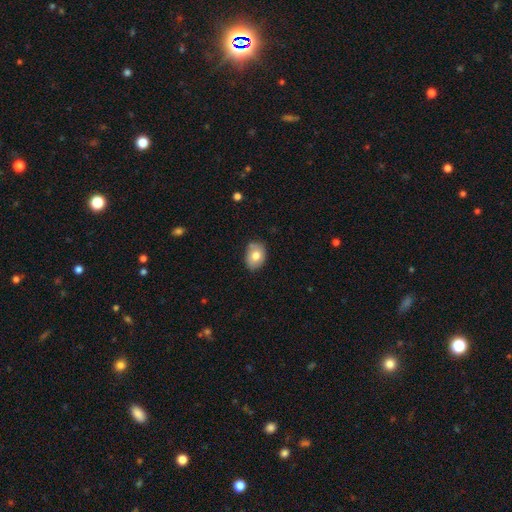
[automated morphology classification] smooth-or-featured: smooth: 75% | featured or disk: 18% | star or artifact: 7%
  how-rounded: in between: 74% | round: 25% | cigar-shaped: 1%
  merging: none: 76% | minor disturbance: 19% | major disturbance: 3% | merger: 2%